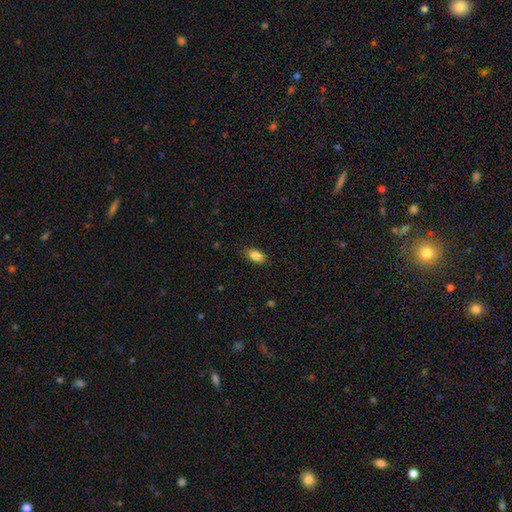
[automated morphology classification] The model was most divided on "merging": none: 86%, minor disturbance: 10%, major disturbance: 2%, merger: 1%. More confident: how rounded — in between (90%); smooth or featured — smooth (85%).